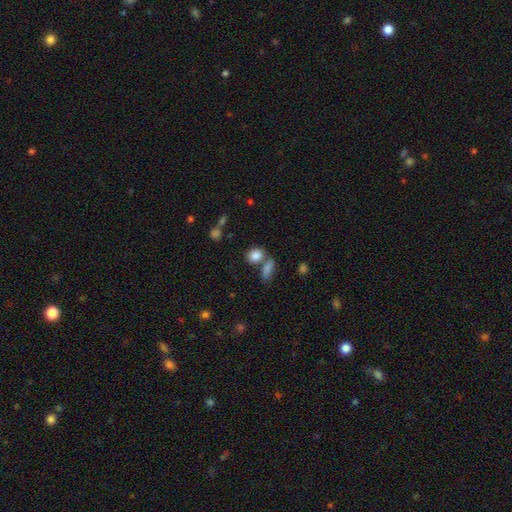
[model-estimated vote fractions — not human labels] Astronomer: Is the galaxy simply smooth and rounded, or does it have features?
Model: smooth — 84%.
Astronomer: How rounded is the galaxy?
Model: in between — 59% (runner-up: round, 38%).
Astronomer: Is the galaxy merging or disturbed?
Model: none — 52% (runner-up: merger, 33%).